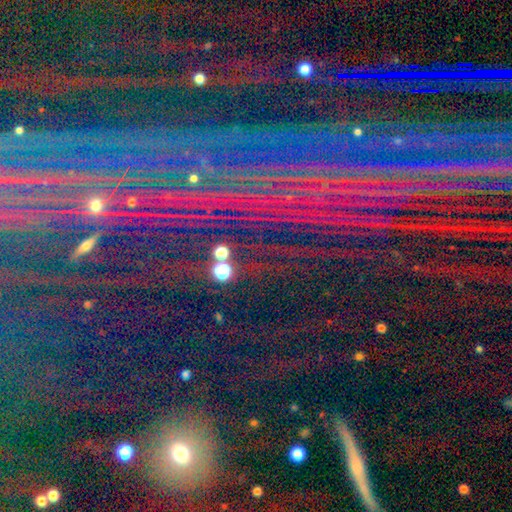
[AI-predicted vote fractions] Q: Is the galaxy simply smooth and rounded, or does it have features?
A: star or artifact — 84%.